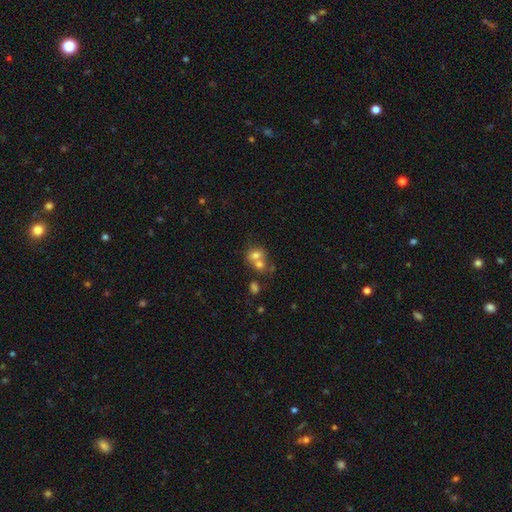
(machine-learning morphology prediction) Smooth or featured? Predicted: smooth (p=0.68). How rounded? Predicted: round (p=0.53). Merging? Predicted: merger (p=0.58).